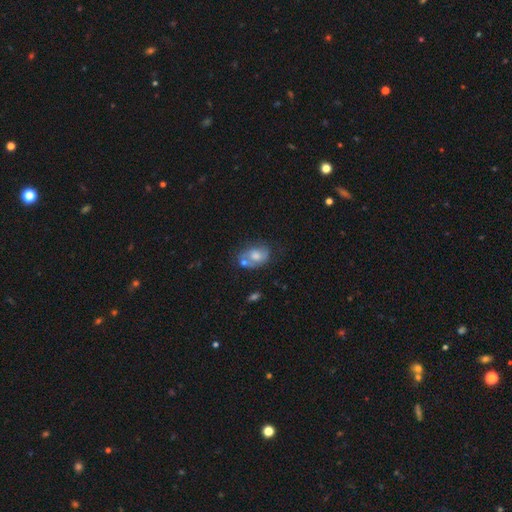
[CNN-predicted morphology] A smooth galaxy with no disk features (54%) that is in between round and cigar-shaped (74%).

Vote fractions:
- Smooth or featured? smooth: 54% / featured or disk: 37% / star or artifact: 9%
- How rounded? in between: 74% / round: 25% / cigar-shaped: 1%
- Merging? none: 40% / merger: 26% / minor disturbance: 24% / major disturbance: 11%